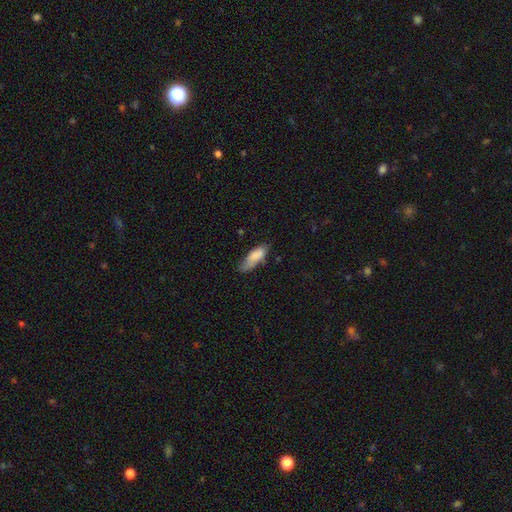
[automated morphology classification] smooth-or-featured: smooth: 80% | featured or disk: 13% | star or artifact: 7%
  how-rounded: in between: 62% | cigar-shaped: 37% | round: 2%
  merging: none: 50% | minor disturbance: 35% | major disturbance: 11% | merger: 4%